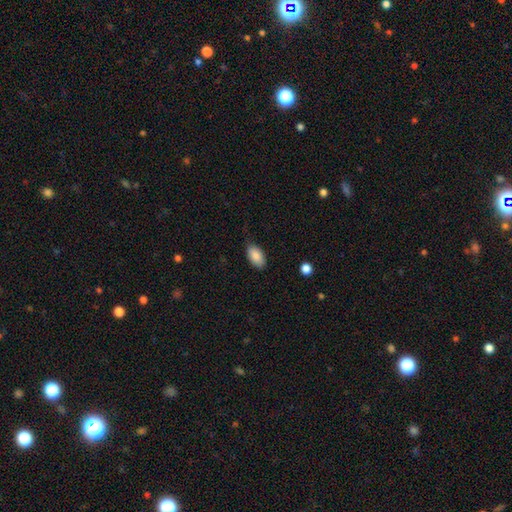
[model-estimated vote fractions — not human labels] A smooth galaxy with no disk features (86%) that is in between round and cigar-shaped (94%). Merging: none (78%).